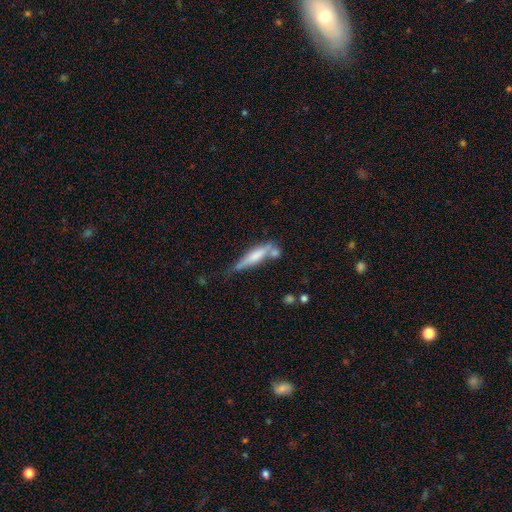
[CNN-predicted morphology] smooth-or-featured: smooth: 57% | featured or disk: 37% | star or artifact: 7%
  how-rounded: cigar-shaped: 80% | in between: 18% | round: 2%
  merging: none: 47% | merger: 24% | minor disturbance: 22% | major disturbance: 8%